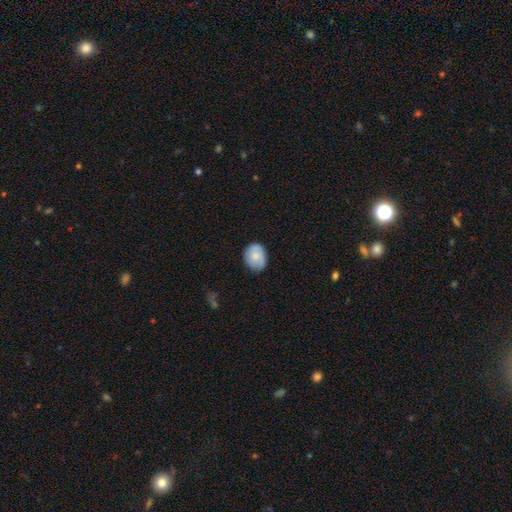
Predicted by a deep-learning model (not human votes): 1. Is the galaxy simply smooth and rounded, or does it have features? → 72% smooth, 21% featured or disk, 7% star or artifact.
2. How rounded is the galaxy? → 50% in between, 49% round, 1% cigar-shaped.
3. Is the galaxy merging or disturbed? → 71% none, 24% minor disturbance, 4% major disturbance, 1% merger.